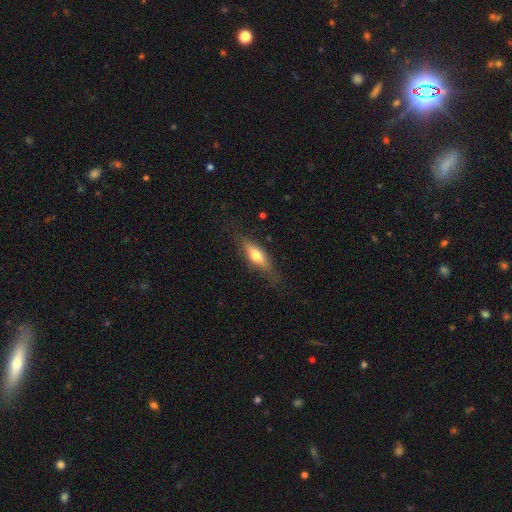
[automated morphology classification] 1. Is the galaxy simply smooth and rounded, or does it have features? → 55% smooth, 38% featured or disk, 7% star or artifact.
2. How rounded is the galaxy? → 51% cigar-shaped, 46% in between, 3% round.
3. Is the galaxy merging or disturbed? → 75% none, 18% minor disturbance, 6% major disturbance, 1% merger.